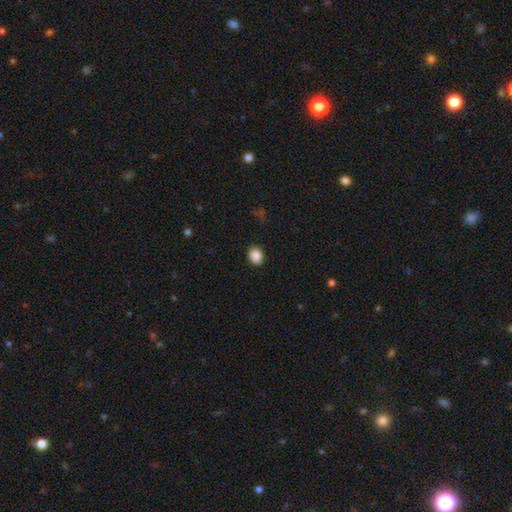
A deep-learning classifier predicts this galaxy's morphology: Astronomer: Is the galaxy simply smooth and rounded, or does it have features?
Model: smooth — 89%.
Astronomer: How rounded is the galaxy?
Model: in between — 50% (runner-up: round, 49%).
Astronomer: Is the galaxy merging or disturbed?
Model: none — 90%.